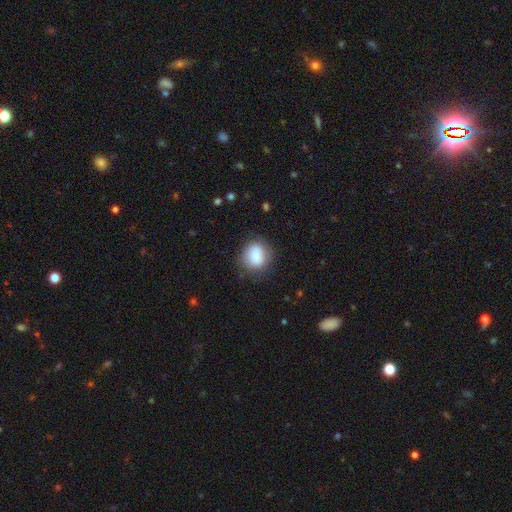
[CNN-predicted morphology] type=smooth (85%); roundness=round (71%); merging=none (74%).